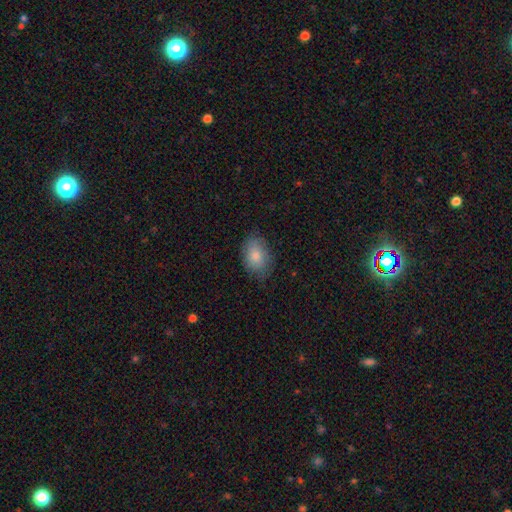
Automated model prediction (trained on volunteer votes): smooth_or_featured: smooth (p=0.81) [alt: featured or disk p=0.12]
how_rounded: in between (p=0.81) [alt: round p=0.18]
merging: none (p=0.72) [alt: minor disturbance p=0.21]